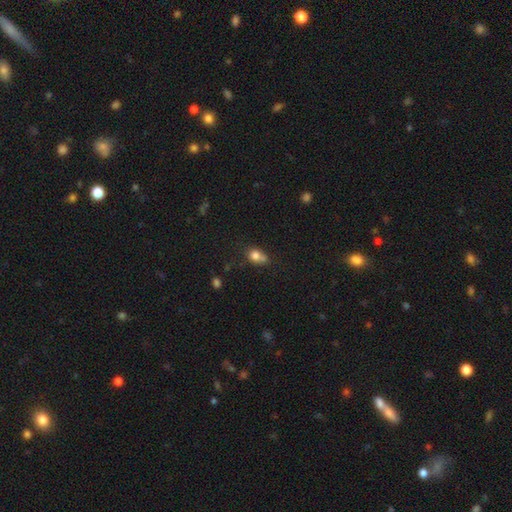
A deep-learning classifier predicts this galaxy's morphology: Smooth or featured? Predicted: smooth (p=0.78). How rounded? Predicted: round (p=0.53). Merging? Predicted: none (p=0.42).